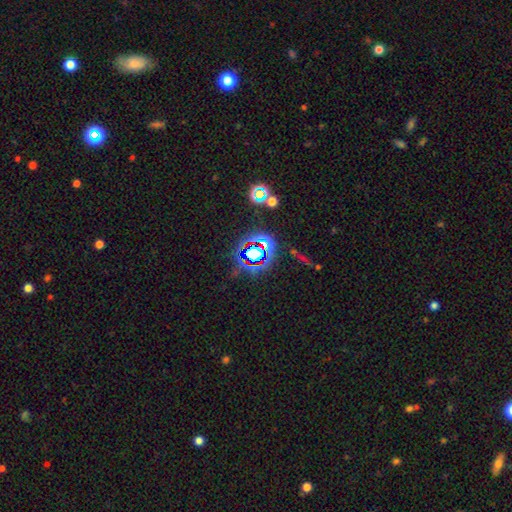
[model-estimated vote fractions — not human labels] Smooth or featured? Predicted: star or artifact (p=0.78).